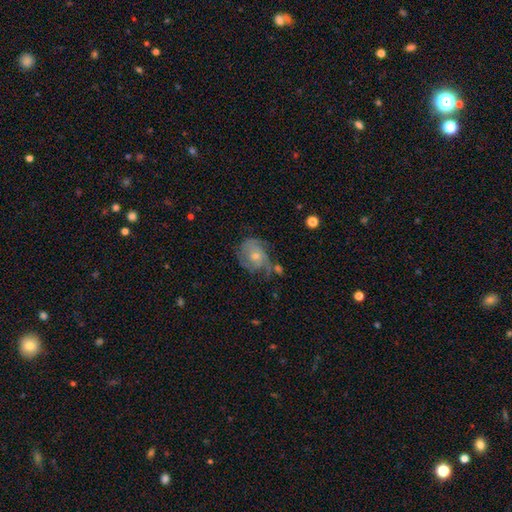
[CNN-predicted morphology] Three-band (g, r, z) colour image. It shows a featured or disk galaxy (69%) with no bar (76%), tight (53%) spiral arms (85%) and a moderate central bulge (49%). Merging: none (55%).